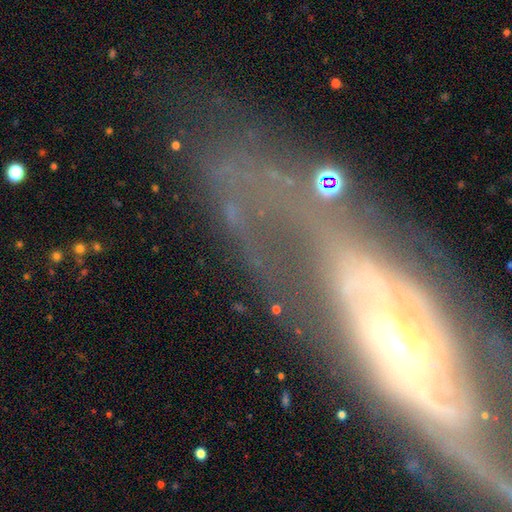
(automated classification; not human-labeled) A featured or disk galaxy (66%). Merging: none (40%).